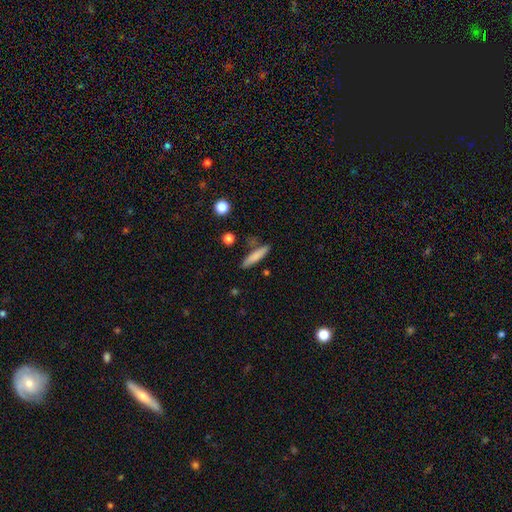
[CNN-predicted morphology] Q: Smooth or featured?
A: smooth (79%); runner-up: featured or disk (14%)
Q: How rounded?
A: cigar-shaped (86%); runner-up: in between (12%)
Q: Merging?
A: none (79%); runner-up: minor disturbance (13%)